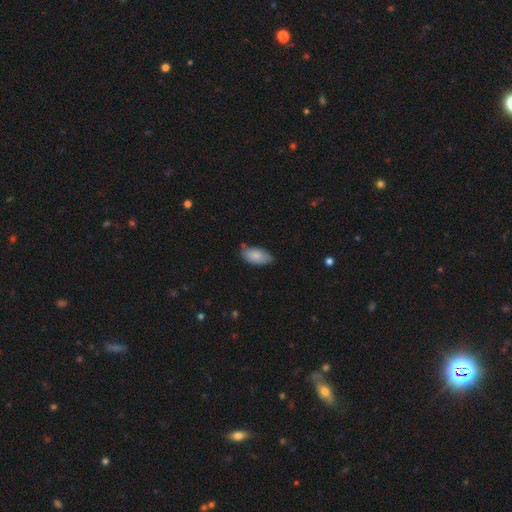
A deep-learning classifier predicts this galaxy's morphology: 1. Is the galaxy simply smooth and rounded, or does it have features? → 84% smooth, 10% featured or disk, 6% star or artifact.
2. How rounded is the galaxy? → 92% in between, 5% cigar-shaped, 2% round.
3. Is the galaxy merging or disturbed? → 67% none, 26% minor disturbance, 4% major disturbance, 3% merger.